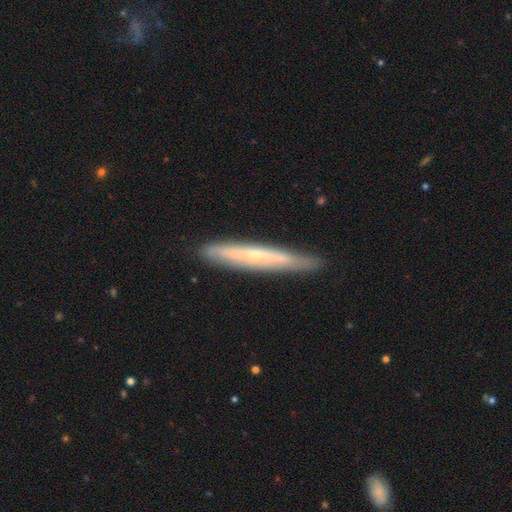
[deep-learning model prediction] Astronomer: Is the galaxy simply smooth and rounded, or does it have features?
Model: featured or disk — 56% (runner-up: smooth, 38%).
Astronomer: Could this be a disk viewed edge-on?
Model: yes — 85%.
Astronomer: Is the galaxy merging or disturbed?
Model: none — 86%.